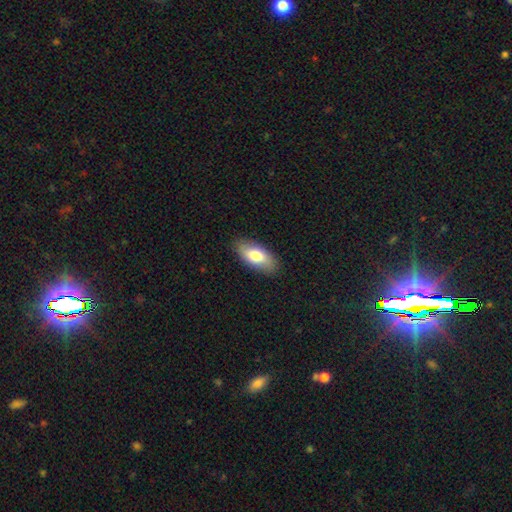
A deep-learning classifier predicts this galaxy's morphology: A smooth galaxy with no disk features (75%) that is in between round and cigar-shaped (88%). Merging: none (86%).